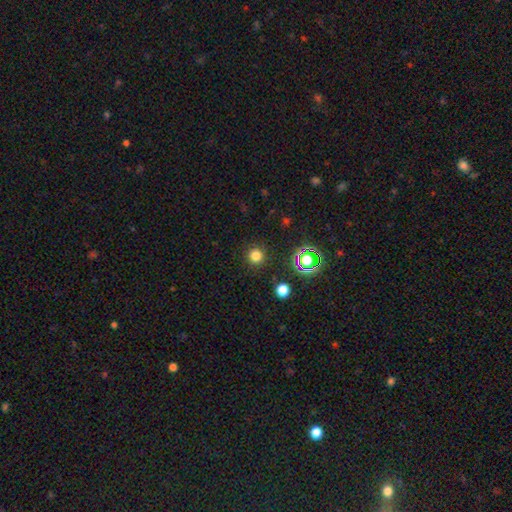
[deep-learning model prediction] Q: Smooth or featured?
A: smooth (76%); runner-up: star or artifact (19%)
Q: How rounded?
A: round (95%); runner-up: in between (4%)
Q: Merging?
A: none (89%); runner-up: minor disturbance (6%)